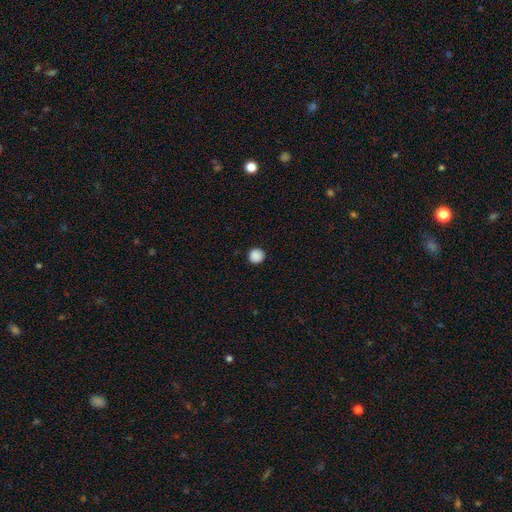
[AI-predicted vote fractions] This appears to be a smooth galaxy with no disk features (88%) that is round (94%). Merging: none (92%).